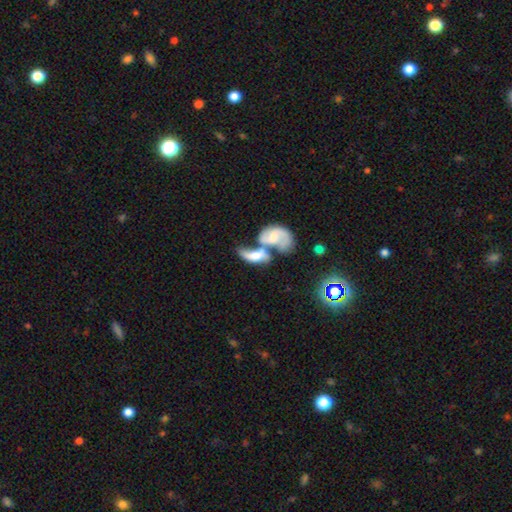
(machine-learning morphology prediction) smooth-or-featured: featured or disk: 54% | smooth: 38% | star or artifact: 8%
  disk-edge-on: no: 87% | yes: 13%
  merging: merger: 74% | none: 11% | major disturbance: 9% | minor disturbance: 6%